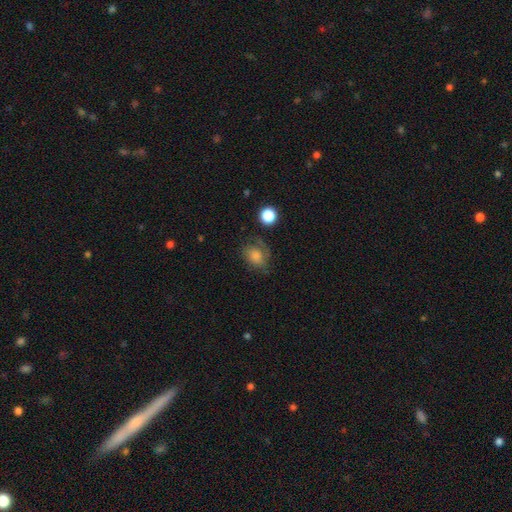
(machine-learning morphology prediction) smooth_or_featured: smooth (p=0.57) [alt: featured or disk p=0.28]
how_rounded: in between (p=0.51) [alt: round p=0.47]
merging: none (p=0.58) [alt: minor disturbance p=0.25]